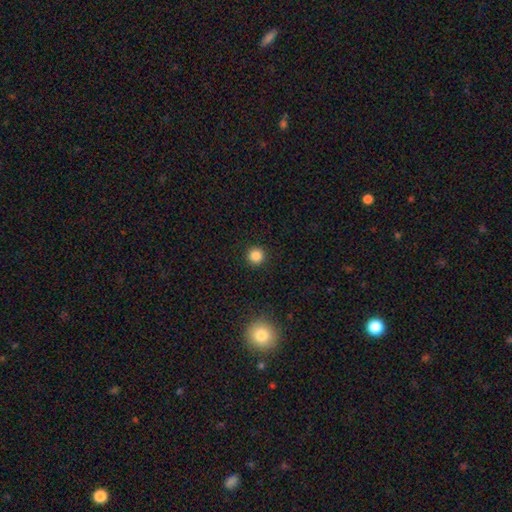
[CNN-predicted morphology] smooth-or-featured: smooth: 85% | star or artifact: 12% | featured or disk: 3%
  how-rounded: round: 95% | in between: 4% | cigar-shaped: 1%
  merging: none: 93% | minor disturbance: 5% | major disturbance: 2% | merger: 1%